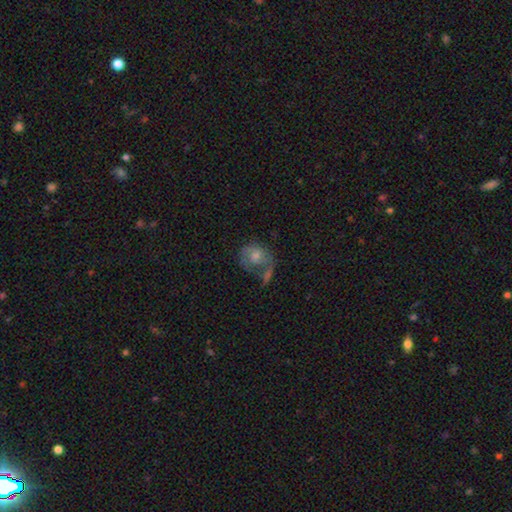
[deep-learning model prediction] Overall: featured or disk (52%; smooth 36%). Edge-on disk: no (97%). Merging: none (37%; major disturbance 23%).